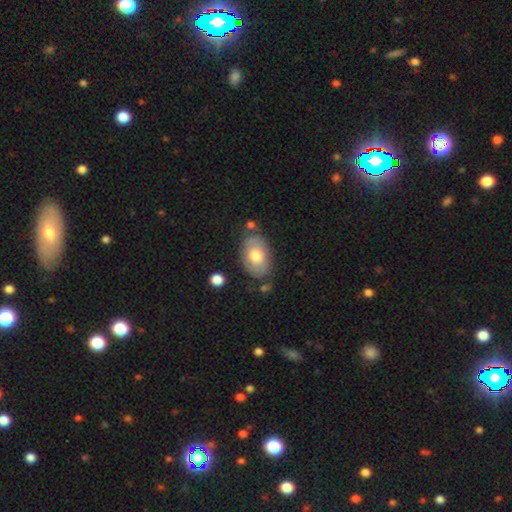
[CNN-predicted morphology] smooth 61%, featured or disk 32%, star or artifact 6%. Down the decision tree: how rounded — in between (88%); merging — none (68%).